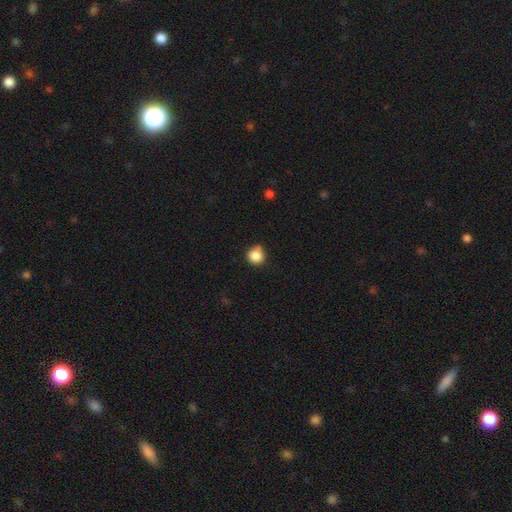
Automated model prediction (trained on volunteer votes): Smooth or featured?
  - smooth: 86% *
  - star or artifact: 10%
  - featured or disk: 4%
How rounded?
  - round: 90% *
  - in between: 9%
  - cigar-shaped: 1%
Merging?
  - none: 71% *
  - minor disturbance: 20%
  - merger: 5%
  - major disturbance: 4%